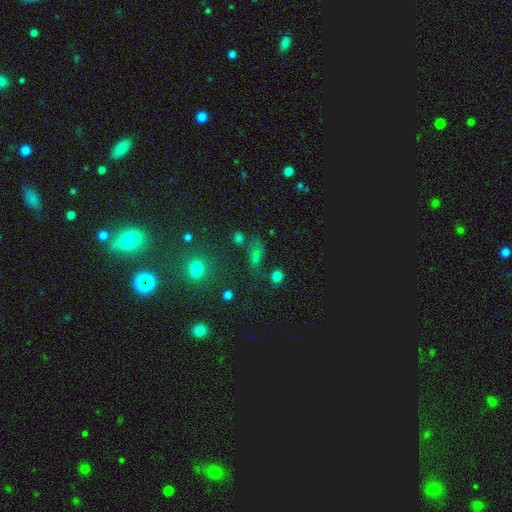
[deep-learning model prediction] Smooth or featured? Predicted: smooth (p=0.45). Merging? Predicted: none (p=0.57).